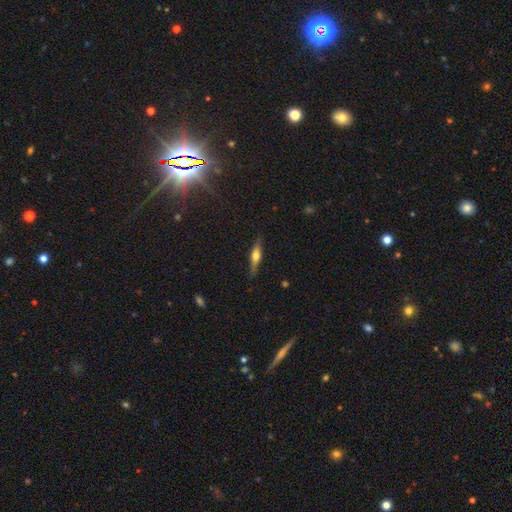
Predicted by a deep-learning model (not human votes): A featured or disk galaxy (53%) viewed edge-on (93%). Merging: none (84%).